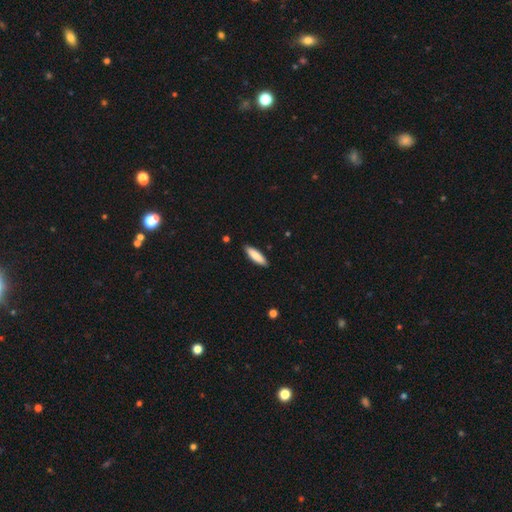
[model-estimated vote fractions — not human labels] smooth-or-featured: smooth: 84% | featured or disk: 11% | star or artifact: 5%
  how-rounded: cigar-shaped: 63% | in between: 36% | round: 1%
  merging: none: 89% | minor disturbance: 9% | major disturbance: 2% | merger: 1%